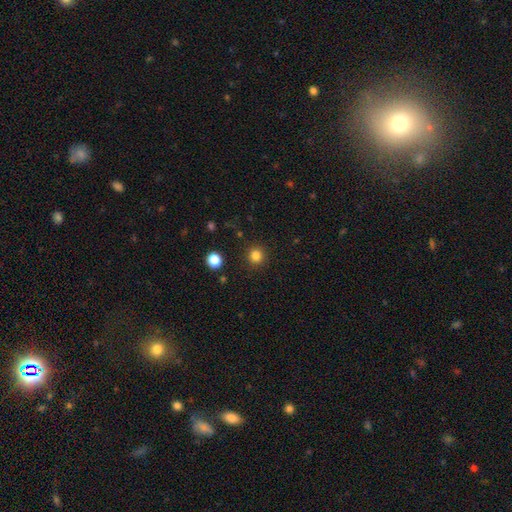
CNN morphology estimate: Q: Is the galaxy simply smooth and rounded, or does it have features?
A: smooth — 82%.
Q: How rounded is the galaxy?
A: round — 93%.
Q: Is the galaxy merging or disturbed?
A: none — 91%.